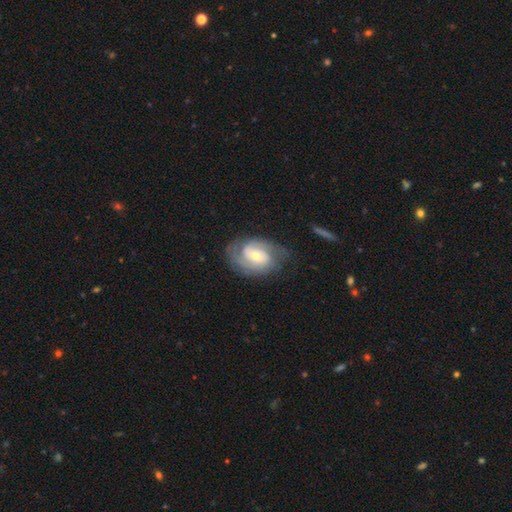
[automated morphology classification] featured or disk 77%, smooth 17%, star or artifact 5%. Down the decision tree: edge-on disk — no (97%); bar — no (49%); spiral arms — yes (91%); spiral arm count — 2 (55%); spiral winding — tight (48%); bulge size — small (47%, tied with moderate); merging — none (67%).